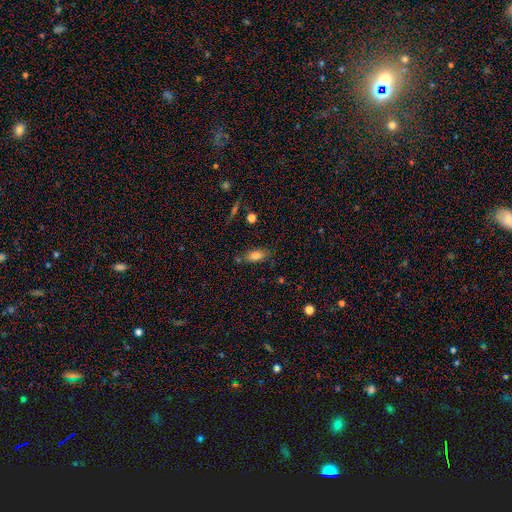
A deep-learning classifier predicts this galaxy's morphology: Overall: smooth (79%). How rounded: in between (85%). Merging: none (71%).